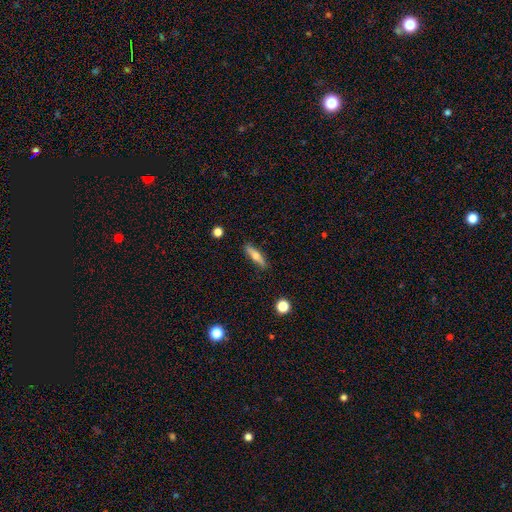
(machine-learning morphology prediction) smooth_or_featured: smooth (p=0.52) [alt: featured or disk p=0.41]
how_rounded: cigar-shaped (p=0.70) [alt: in between p=0.27]
merging: none (p=0.87) [alt: minor disturbance p=0.10]